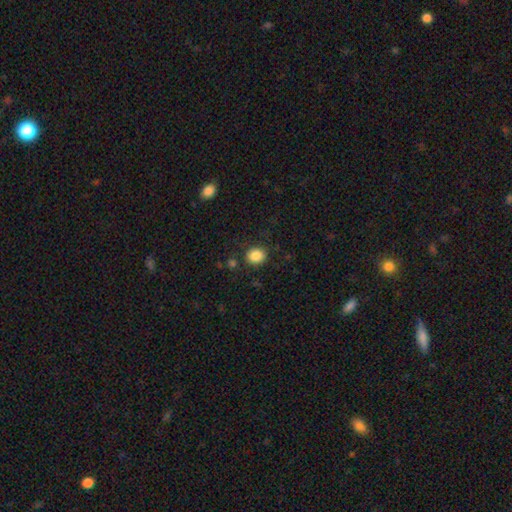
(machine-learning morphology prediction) smooth_or_featured: smooth (p=0.86) [alt: star or artifact p=0.10]
how_rounded: round (p=0.76) [alt: in between p=0.23]
merging: none (p=0.85) [alt: minor disturbance p=0.09]